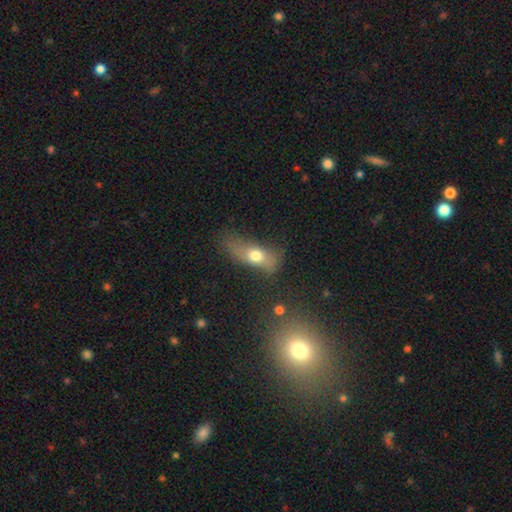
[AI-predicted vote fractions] smooth 65%, featured or disk 24%, star or artifact 11%. Down the decision tree: how rounded — in between (65%); merging — none (39%).